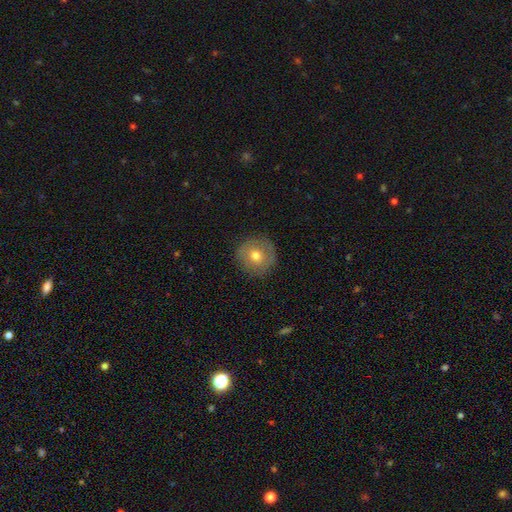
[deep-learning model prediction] The model was most divided on "smooth or featured": smooth: 62%, featured or disk: 28%, star or artifact: 9%. More confident: how rounded — round (93%); merging — none (87%).